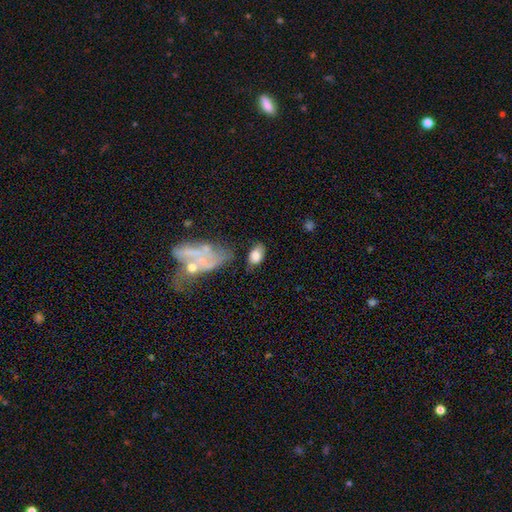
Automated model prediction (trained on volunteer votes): smooth_or_featured: smooth (p=0.75) [alt: featured or disk p=0.17]
how_rounded: in between (p=0.90) [alt: round p=0.08]
merging: none (p=0.53) [alt: minor disturbance p=0.26]